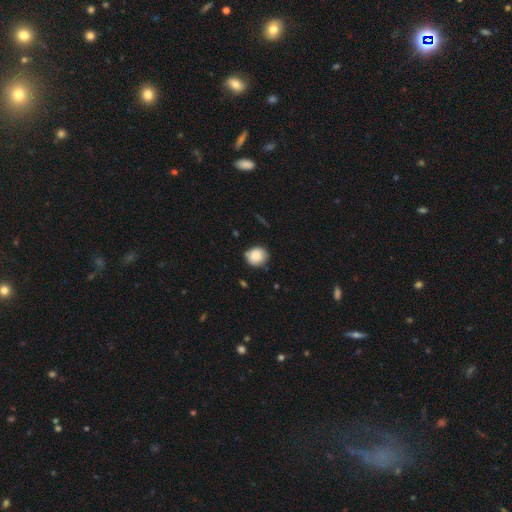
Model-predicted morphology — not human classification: Overall: smooth (87%). How rounded: round (80%). Merging: none (76%).